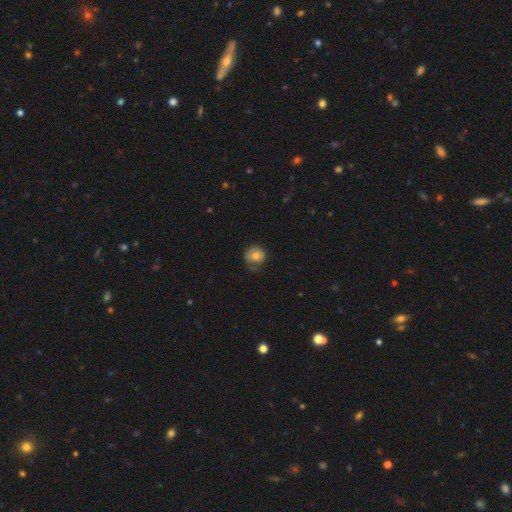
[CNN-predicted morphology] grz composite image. It shows a smooth galaxy with no disk features (67%) that is round (82%). Merging: none (58%).